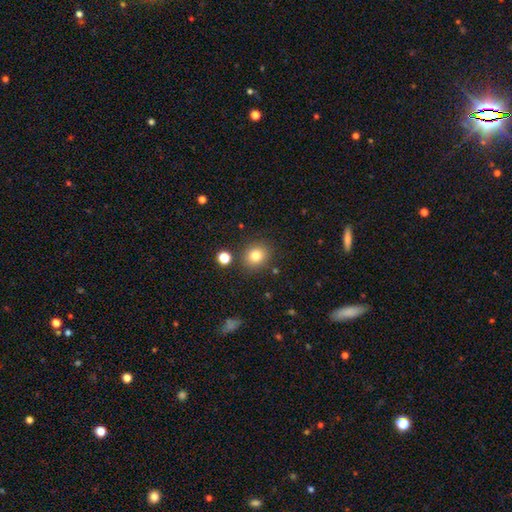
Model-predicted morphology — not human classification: Smooth or featured: smooth — 81% (star or artifact — 12%)
How rounded: round — 74% (in between — 25%)
Merging: none — 85% (minor disturbance — 9%)